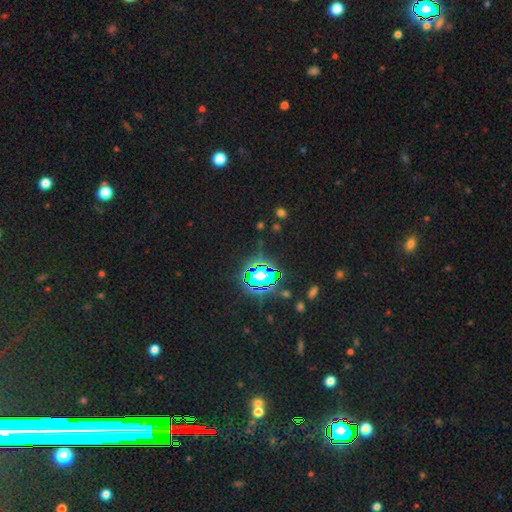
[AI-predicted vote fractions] Smooth or featured? star or artifact (82%)